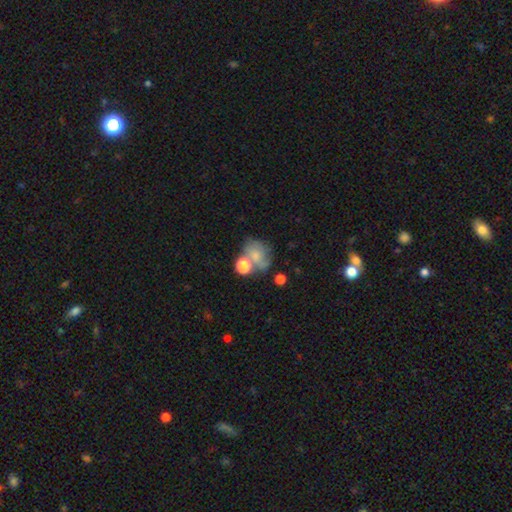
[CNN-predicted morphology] Overall: smooth (61%; featured or disk 28%). How rounded: round (50%; in between 49%). Merging: none (33%; merger 32%).